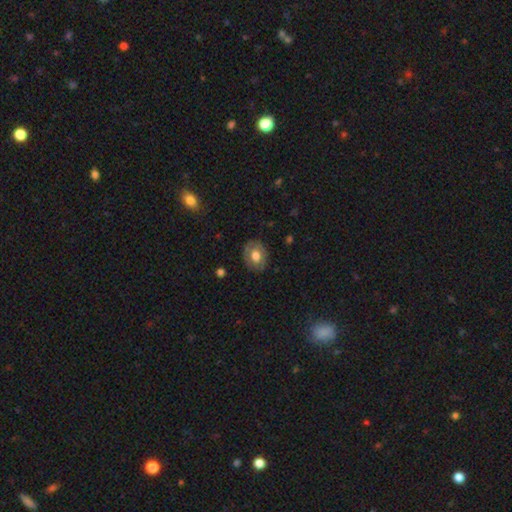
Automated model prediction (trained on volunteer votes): Q: Smooth or featured?
A: smooth (57%); runner-up: featured or disk (36%)
Q: How rounded?
A: in between (55%); runner-up: round (44%)
Q: Merging?
A: none (81%); runner-up: minor disturbance (14%)